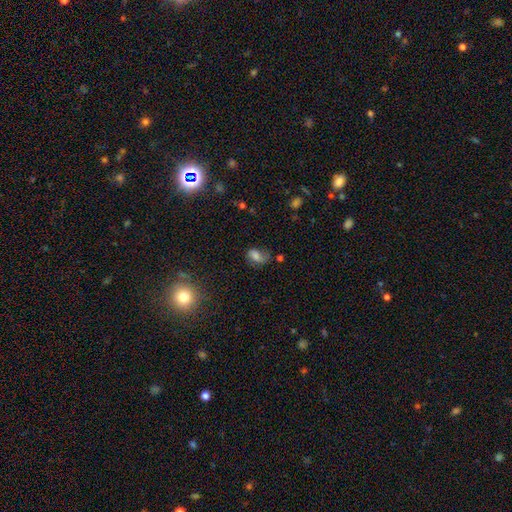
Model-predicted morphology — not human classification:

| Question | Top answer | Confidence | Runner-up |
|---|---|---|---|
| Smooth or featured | smooth | 62% | featured or disk (23%) |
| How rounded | in between | 81% | round (16%) |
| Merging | none | 45% | minor disturbance (29%) |